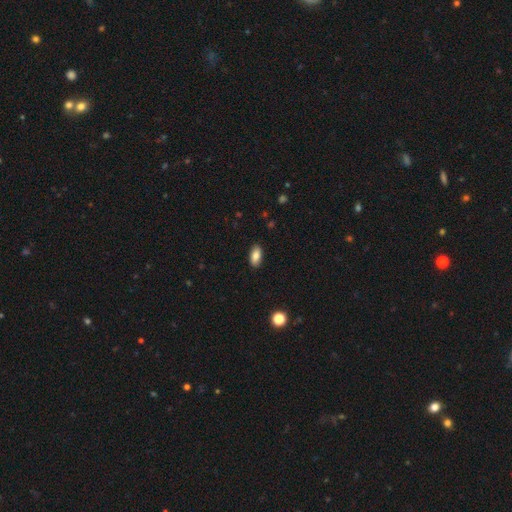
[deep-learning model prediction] This is clearly a smooth galaxy (85%). How rounded: clearly in between (91%). Merging: clearly none (89%).